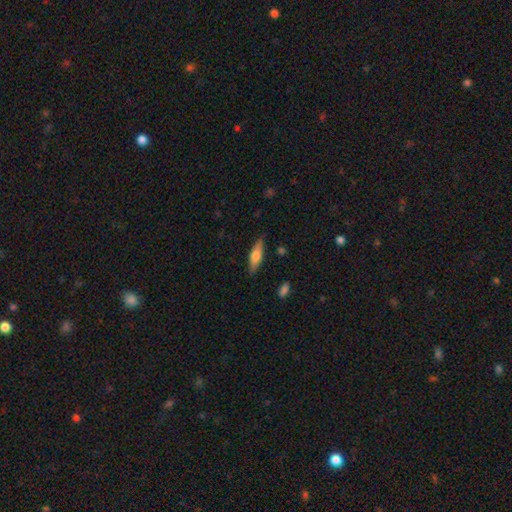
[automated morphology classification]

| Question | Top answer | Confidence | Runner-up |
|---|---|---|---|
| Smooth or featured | smooth | 65% | featured or disk (29%) |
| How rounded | cigar-shaped | 57% | in between (40%) |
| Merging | none | 85% | minor disturbance (12%) |